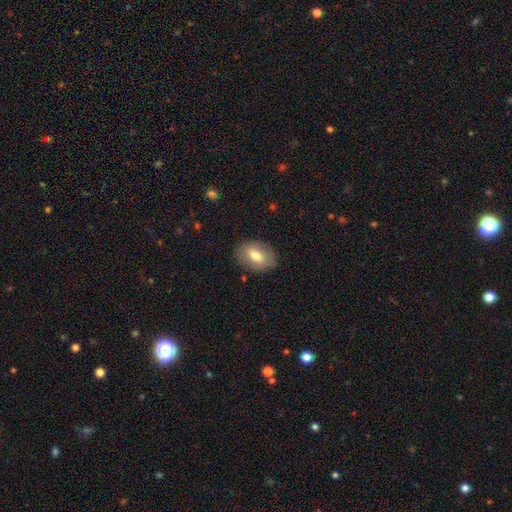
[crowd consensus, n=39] Morphology: type=smooth (72%); roundness=in between (54%); merging=none (86%).